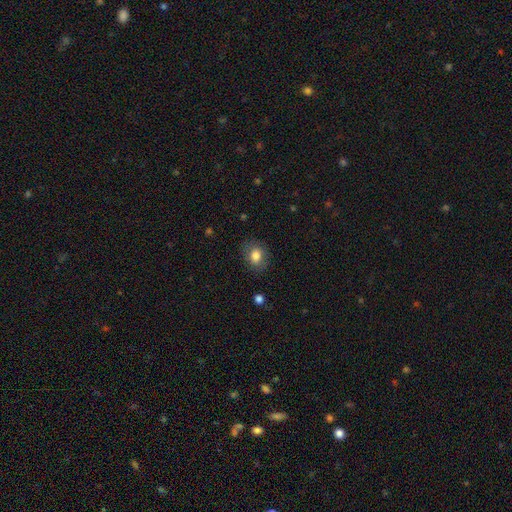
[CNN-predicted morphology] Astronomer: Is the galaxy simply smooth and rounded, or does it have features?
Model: smooth — 81%.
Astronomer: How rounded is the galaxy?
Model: in between — 54% (runner-up: round, 45%).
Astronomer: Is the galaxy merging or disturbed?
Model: none — 82%.